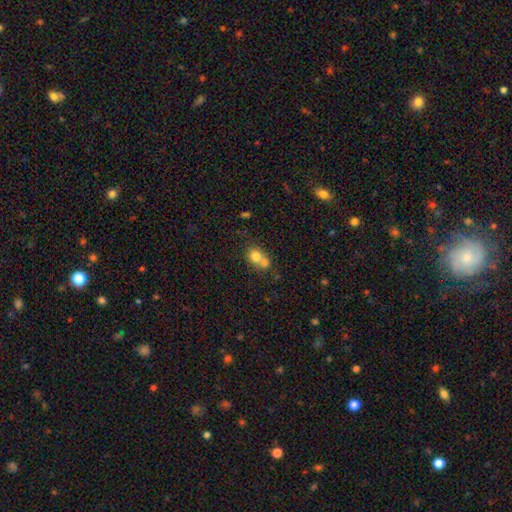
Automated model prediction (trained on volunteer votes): Smooth or featured: smooth — 73% (featured or disk — 16%)
How rounded: round — 67% (in between — 32%)
Merging: merger — 59% (none — 29%)